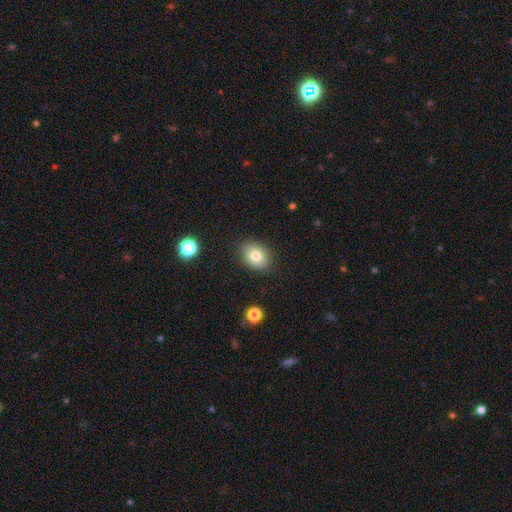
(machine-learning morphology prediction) Overall: smooth (78%). How rounded: in between (65%; round 34%). Merging: none (87%).